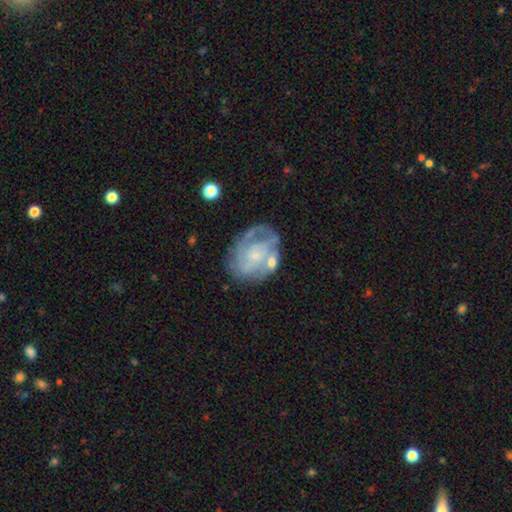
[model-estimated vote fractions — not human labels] smooth-or-featured: featured or disk: 72% | smooth: 21% | star or artifact: 7%
  disk-edge-on: no: 97% | yes: 3%
    bar: no: 76% | weak: 20% | strong: 4%
    has-spiral-arms: yes: 74% | no: 26%
      spiral-winding: tight: 56% | medium: 30% | loose: 13%
      spiral-arm-count: can't tell: 44% | 2: 25% | 3: 13% | 1: 10% | 4: 5% | more than 4: 3%
    bulge-size: small: 66% | moderate: 20% | none: 10% | large: 2% | dominant: 1%
  merging: none: 55% | minor disturbance: 22% | major disturbance: 14% | merger: 10%